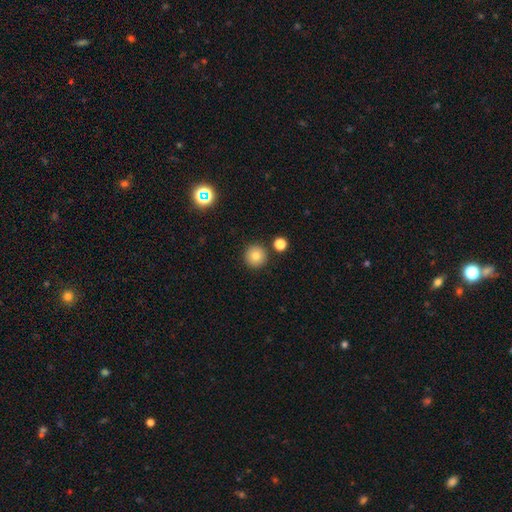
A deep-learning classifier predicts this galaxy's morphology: This is clearly a smooth galaxy (80%). How rounded: clearly round (95%). Merging: clearly none (88%).